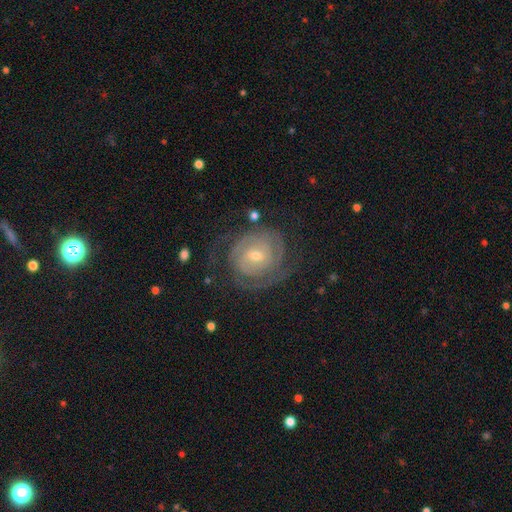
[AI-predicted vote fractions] Q: Smooth or featured?
A: featured or disk (85%); runner-up: smooth (10%)
Q: Edge-on disk?
A: no (97%); runner-up: yes (3%)
Q: Bar?
A: no (52%); runner-up: weak (37%)
Q: Spiral arms?
A: yes (93%); runner-up: no (7%)
Q: Spiral winding?
A: tight (73%); runner-up: medium (21%)
Q: Spiral arm count?
A: 2 (48%); runner-up: can't tell (28%)
Q: Bulge size?
A: small (61%); runner-up: moderate (35%)
Q: Merging?
A: none (71%); runner-up: minor disturbance (16%)